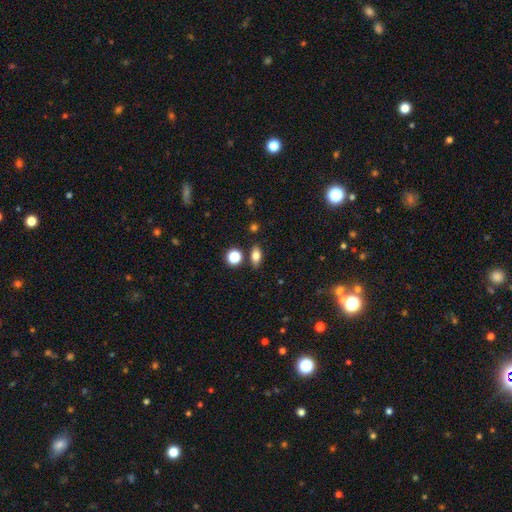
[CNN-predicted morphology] Smooth or featured? smooth (75%)
How rounded? in between (78%)
Merging? none (81%)